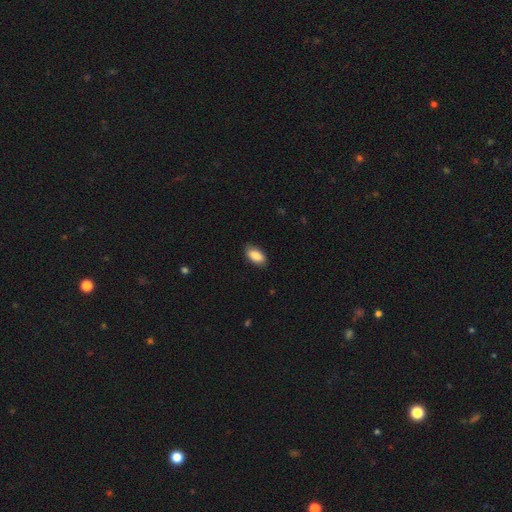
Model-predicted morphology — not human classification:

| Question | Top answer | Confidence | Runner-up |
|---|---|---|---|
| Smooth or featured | smooth | 88% | star or artifact (6%) |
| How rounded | in between | 92% | cigar-shaped (5%) |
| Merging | none | 86% | minor disturbance (11%) |